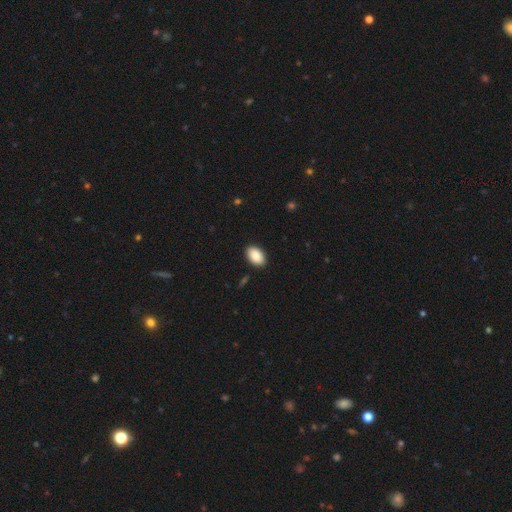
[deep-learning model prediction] A smooth galaxy with no disk features (87%) that is in between round and cigar-shaped (91%).

Vote fractions:
- Smooth or featured? smooth: 87% / star or artifact: 7% / featured or disk: 6%
- How rounded? in between: 91% / round: 8% / cigar-shaped: 1%
- Merging? none: 90% / minor disturbance: 7% / major disturbance: 2% / merger: 1%